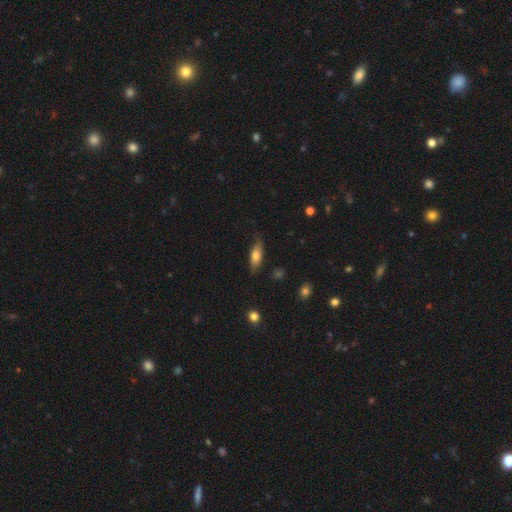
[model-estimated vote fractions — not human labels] Smooth or featured? smooth (70%)
How rounded? in between (57%)
Merging? none (74%)